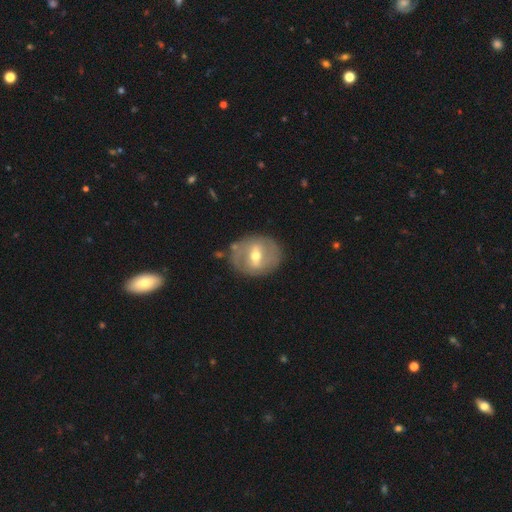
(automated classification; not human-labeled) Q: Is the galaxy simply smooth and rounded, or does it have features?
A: featured or disk — 67%.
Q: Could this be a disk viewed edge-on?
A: no — 94%.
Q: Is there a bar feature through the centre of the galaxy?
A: weak — 44%.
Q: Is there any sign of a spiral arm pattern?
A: no — 54%.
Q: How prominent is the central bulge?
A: moderate — 69%.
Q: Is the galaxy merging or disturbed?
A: none — 78%.